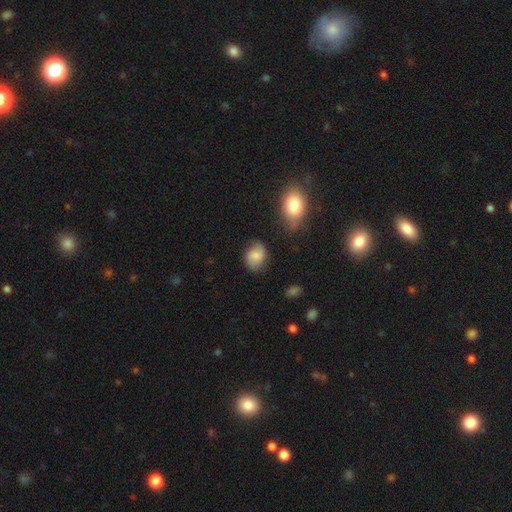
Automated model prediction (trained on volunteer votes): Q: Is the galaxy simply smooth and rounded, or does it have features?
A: smooth — 67%.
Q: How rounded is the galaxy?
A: in between — 59%.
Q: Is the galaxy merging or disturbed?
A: none — 72%.